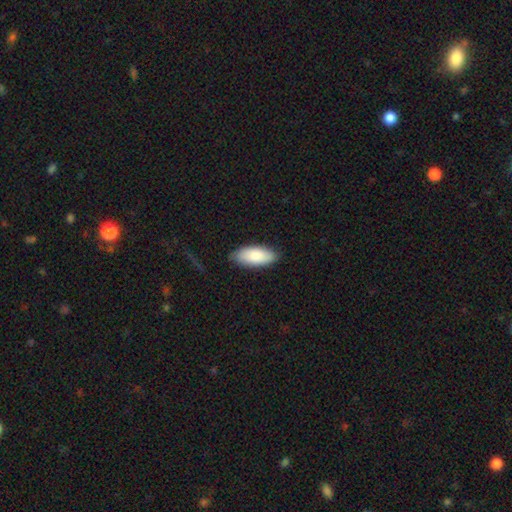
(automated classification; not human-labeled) The model was most divided on "merging": none: 83%, minor disturbance: 14%, major disturbance: 2%, merger: 1%. More confident: how rounded — in between (86%); smooth or featured — smooth (84%).